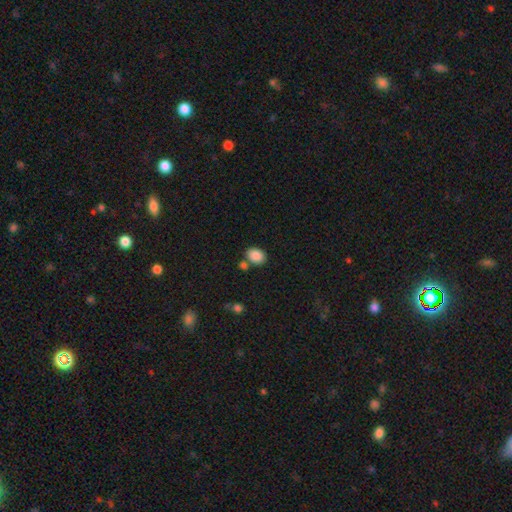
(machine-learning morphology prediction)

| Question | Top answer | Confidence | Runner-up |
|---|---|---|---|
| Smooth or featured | smooth | 88% | star or artifact (8%) |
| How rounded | in between | 68% | round (31%) |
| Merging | none | 68% | merger (16%) |